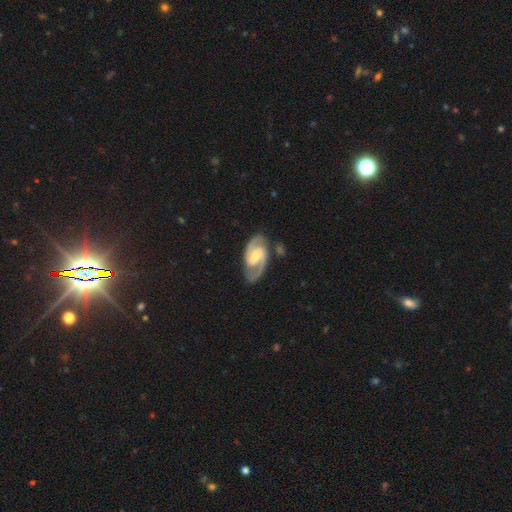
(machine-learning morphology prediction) type=featured or disk (89%); edge-on=no (97%); bar=weak (50%); spiral arms=yes (97%); winding=medium (57%); arm count=2 (92%); bulge=moderate (46%); merging=none (80%).